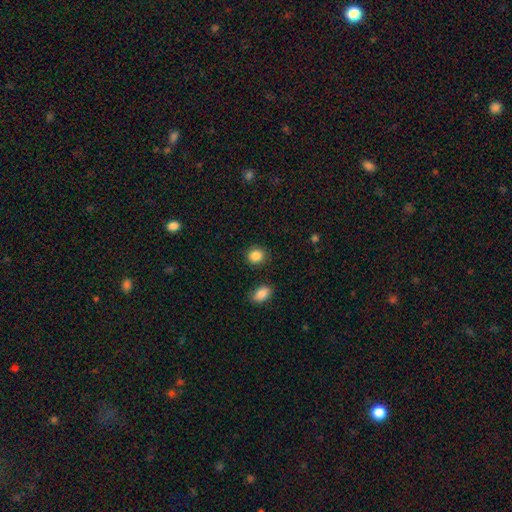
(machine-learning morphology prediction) smooth 88%, star or artifact 9%, featured or disk 4%. Down the decision tree: how rounded — round (78%); merging — none (87%).